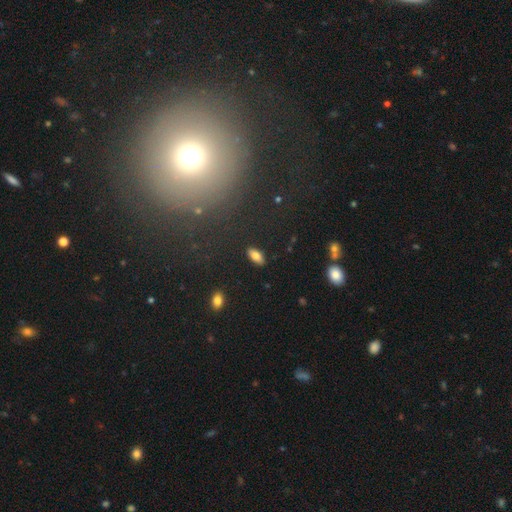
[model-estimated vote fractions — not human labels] Smooth or featured? Predicted: smooth (p=0.81). How rounded? Predicted: in between (p=0.89). Merging? Predicted: none (p=0.88).